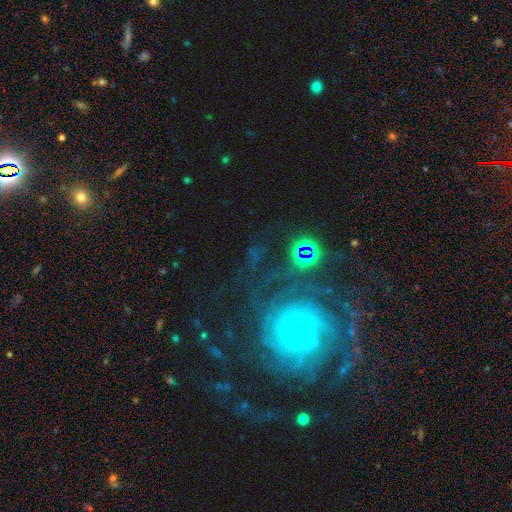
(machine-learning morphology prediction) Smooth or featured? featured or disk (74%)
Edge-on disk? no (97%)
Bar? no (72%)
Spiral arms? yes (95%)
Spiral winding? tight (72%)
Spiral arm count? can't tell (32%)
Bulge size? small (81%)
Merging? none (69%)